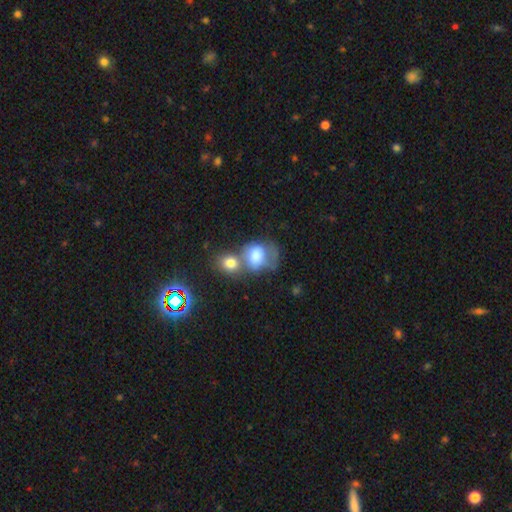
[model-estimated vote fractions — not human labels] Smooth or featured?
  - smooth: 70% *
  - featured or disk: 20%
  - star or artifact: 10%
How rounded?
  - round: 51% *
  - in between: 48%
  - cigar-shaped: 1%
Merging?
  - merger: 51% *
  - none: 22%
  - minor disturbance: 14%
  - major disturbance: 13%